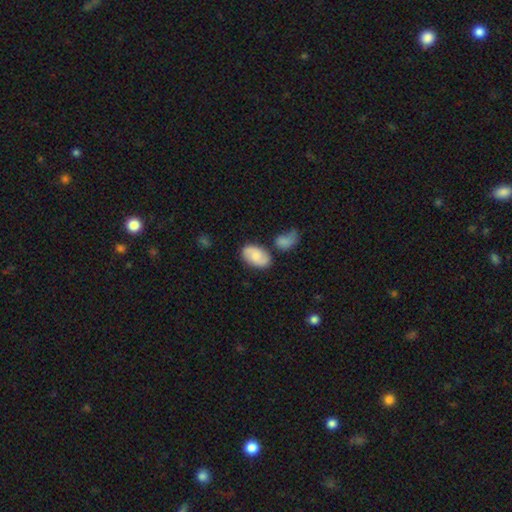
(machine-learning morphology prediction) Overall: smooth (55%; featured or disk 37%). How rounded: in between (91%). Merging: none (68%).